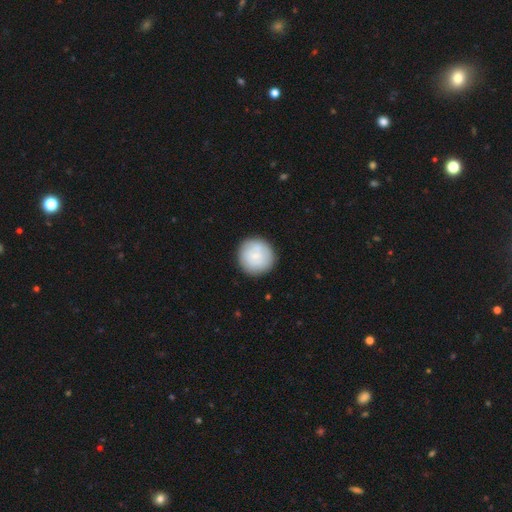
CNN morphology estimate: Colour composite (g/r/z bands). It shows a smooth galaxy with no disk features (76%) that is round (95%). Merging: none (87%).